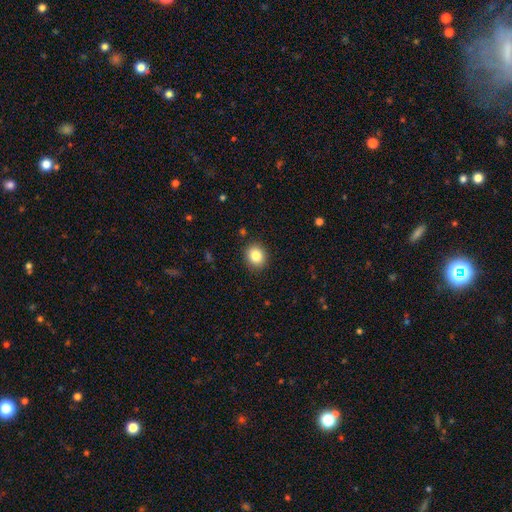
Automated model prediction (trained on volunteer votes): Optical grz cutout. It shows a smooth galaxy with no disk features (84%) that is round (75%). Merging: none (89%).